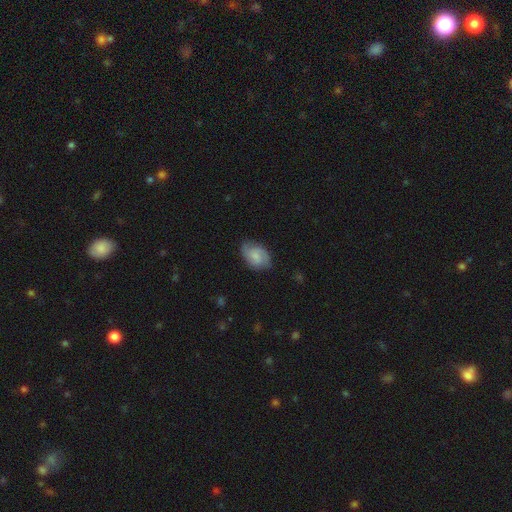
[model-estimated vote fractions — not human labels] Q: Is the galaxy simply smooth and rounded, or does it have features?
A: smooth — 50%.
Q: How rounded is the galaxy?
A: in between — 84%.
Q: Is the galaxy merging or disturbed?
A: none — 71%.